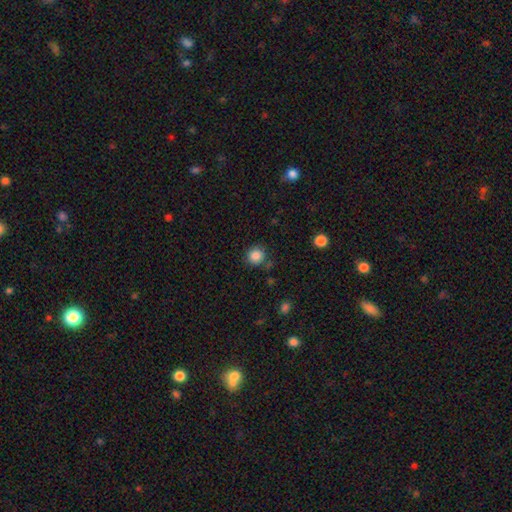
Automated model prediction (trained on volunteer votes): Morphology: type=smooth (85%); roundness=round (91%); merging=none (82%).